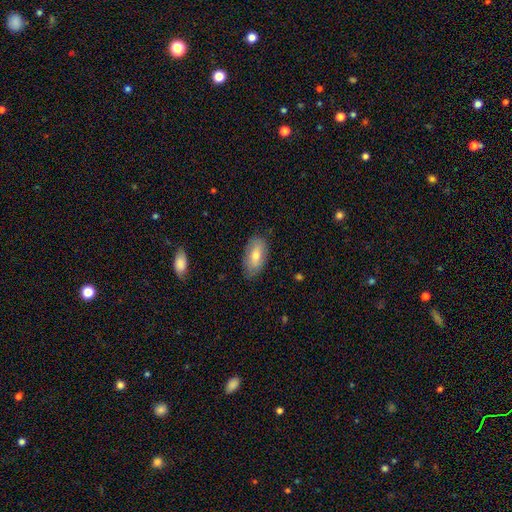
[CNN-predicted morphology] A smooth galaxy with no disk features (67%) that is in between round and cigar-shaped (92%). Merging: none (79%).